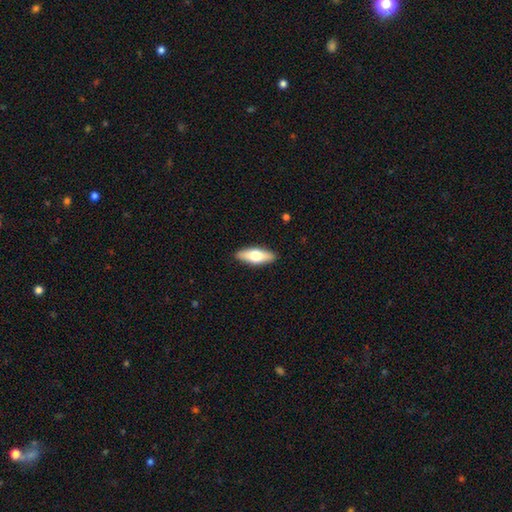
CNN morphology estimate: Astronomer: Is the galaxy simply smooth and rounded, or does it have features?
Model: smooth — 60%.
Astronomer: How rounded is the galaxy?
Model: in between — 62%.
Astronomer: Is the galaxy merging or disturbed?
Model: none — 90%.